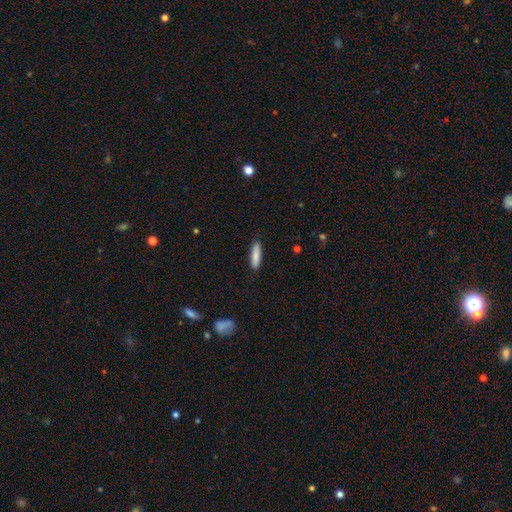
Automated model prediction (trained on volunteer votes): smooth-or-featured: smooth: 84% | featured or disk: 10% | star or artifact: 6%
  how-rounded: cigar-shaped: 71% | in between: 27% | round: 2%
  merging: none: 89% | minor disturbance: 8% | major disturbance: 2% | merger: 1%